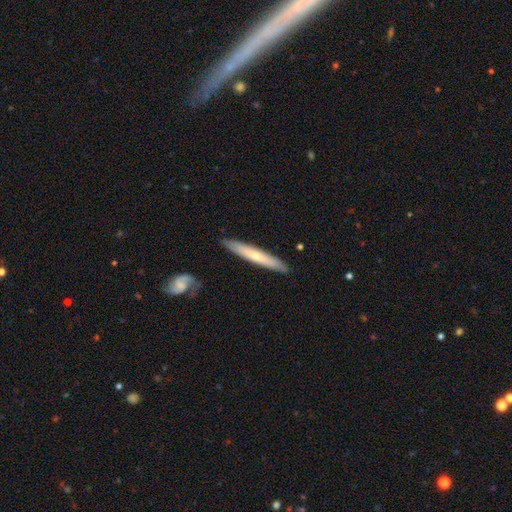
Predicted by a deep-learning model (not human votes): Smooth or featured? smooth (49%)
Merging? none (88%)